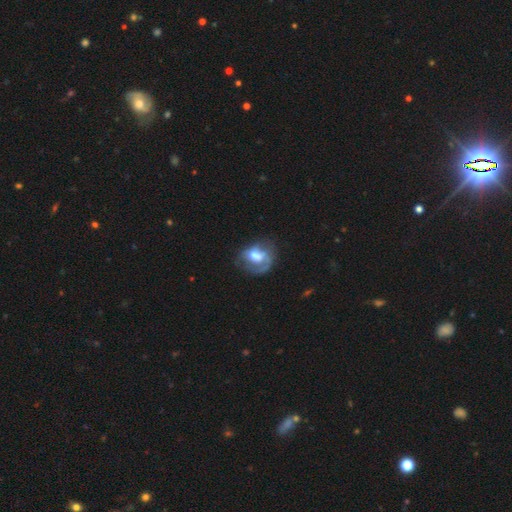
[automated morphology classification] Overall: featured or disk (53%; smooth 39%). Edge-on disk: no (97%). Bar: no (57%; weak 33%). Spiral arms: no (50%, tied with yes). Bulge size: moderate (49%; large 27%). Merging: none (37%; major disturbance 29%).